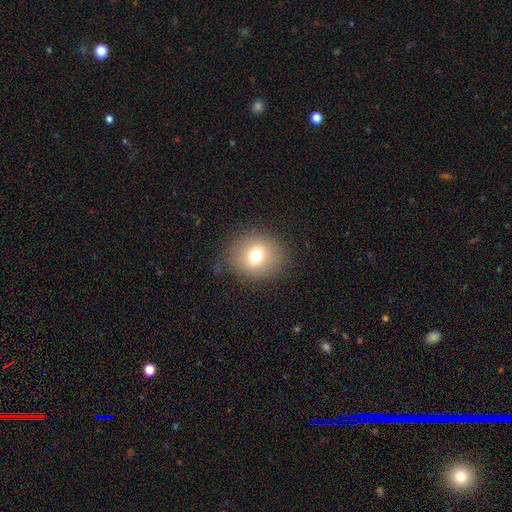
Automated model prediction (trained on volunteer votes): Overall: smooth (70%). How rounded: round (82%). Merging: none (81%).